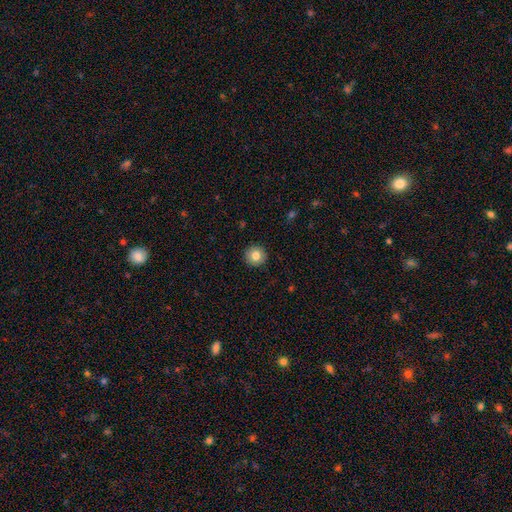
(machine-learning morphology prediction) A smooth galaxy with no disk features (82%) that is round (95%). Merging: none (92%).